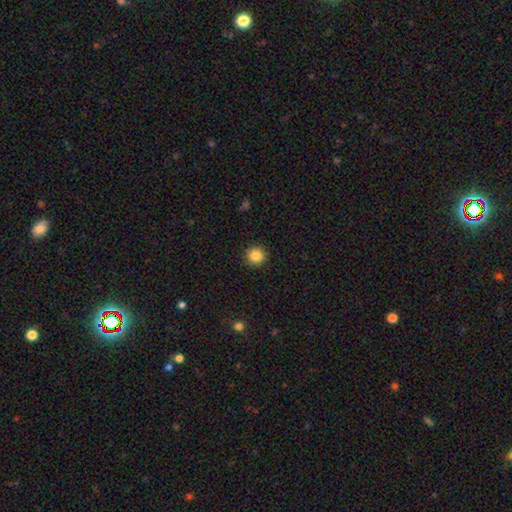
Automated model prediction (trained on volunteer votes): smooth 85%, star or artifact 10%, featured or disk 4%. Down the decision tree: how rounded — round (94%); merging — none (92%).